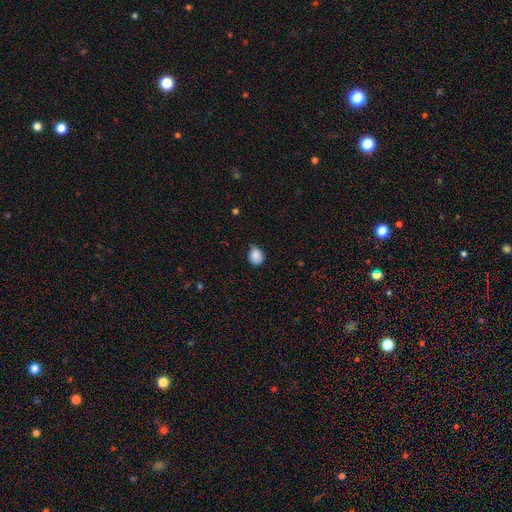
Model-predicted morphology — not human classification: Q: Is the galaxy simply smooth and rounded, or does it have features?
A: smooth — 88%.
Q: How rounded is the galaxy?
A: in between — 50%.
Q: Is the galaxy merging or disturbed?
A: none — 69%.